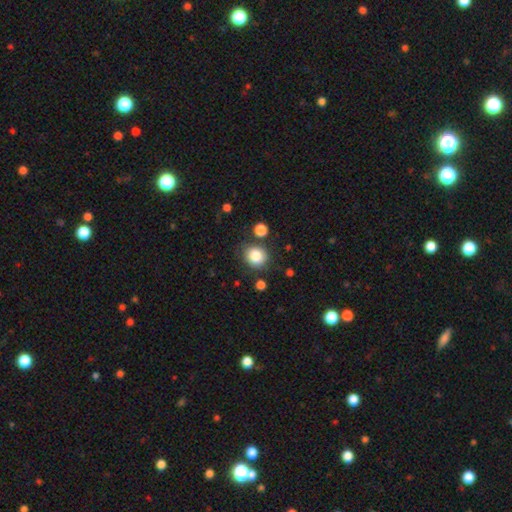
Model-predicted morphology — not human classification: Smooth or featured? smooth (83%)
How rounded? round (83%)
Merging? none (80%)